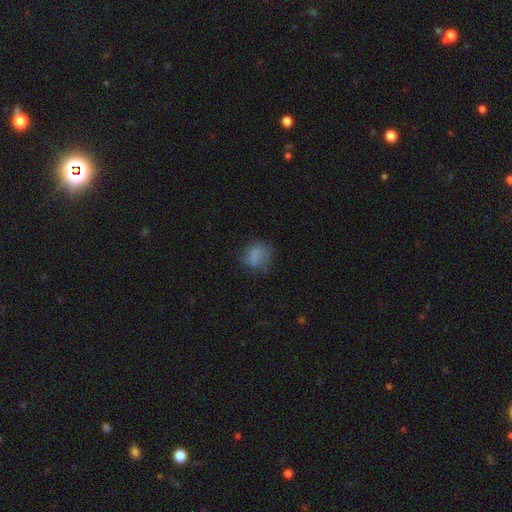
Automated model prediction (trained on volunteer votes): smooth_or_featured: smooth (p=0.79) [alt: featured or disk p=0.11]
how_rounded: round (p=0.56) [alt: in between p=0.42]
merging: none (p=0.61) [alt: minor disturbance p=0.25]